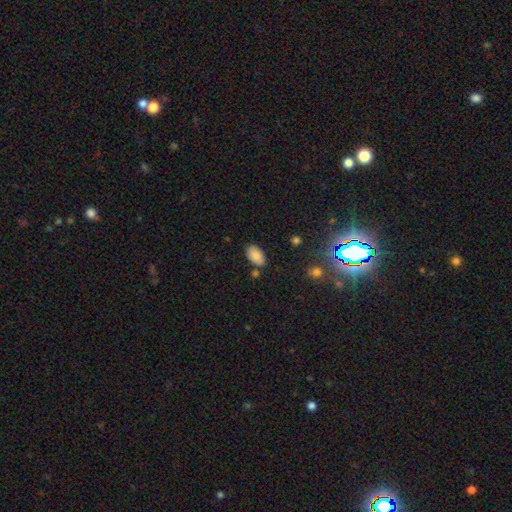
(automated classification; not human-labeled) A smooth galaxy with no disk features (86%) that is in between round and cigar-shaped (94%).

Vote fractions:
- Smooth or featured? smooth: 86% / star or artifact: 8% / featured or disk: 6%
- How rounded? in between: 94% / round: 5% / cigar-shaped: 1%
- Merging? none: 78% / minor disturbance: 14% / merger: 6% / major disturbance: 3%